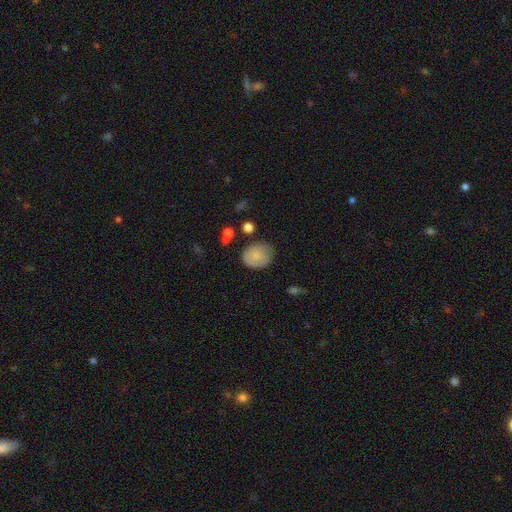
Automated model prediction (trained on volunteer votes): smooth 78%, featured or disk 14%, star or artifact 7%. Down the decision tree: how rounded — round (58%); merging — none (72%).